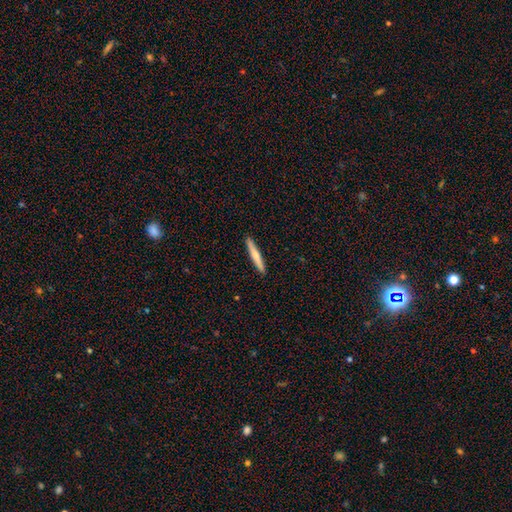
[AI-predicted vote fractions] Morphology: type=smooth (60%); roundness=cigar-shaped (95%); merging=none (92%).